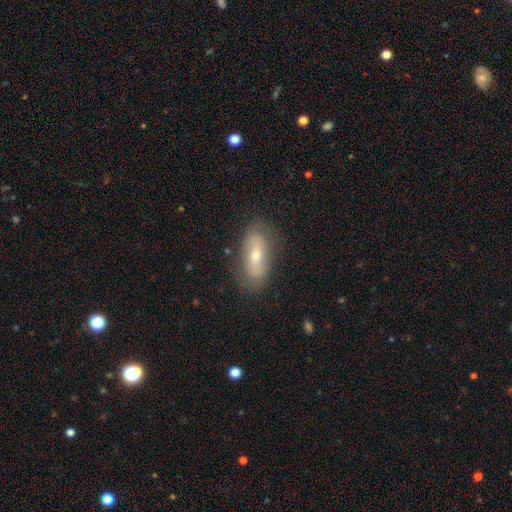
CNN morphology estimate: The model was most divided on "smooth or featured": smooth: 51%, featured or disk: 41%, star or artifact: 8%. More confident: merging — none (82%); how rounded — in between (71%).